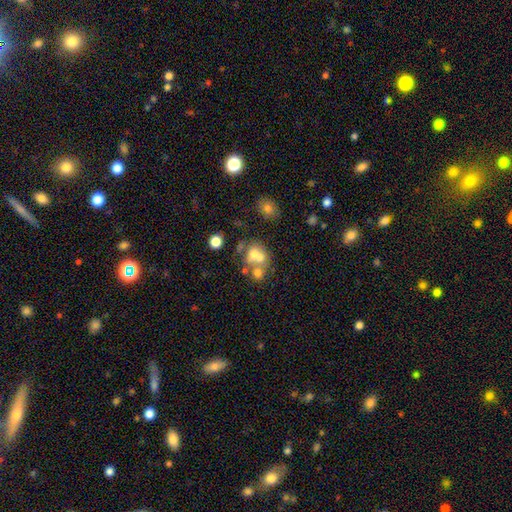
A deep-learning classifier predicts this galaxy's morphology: Smooth or featured? smooth (56%)
How rounded? round (64%)
Merging? merger (54%)